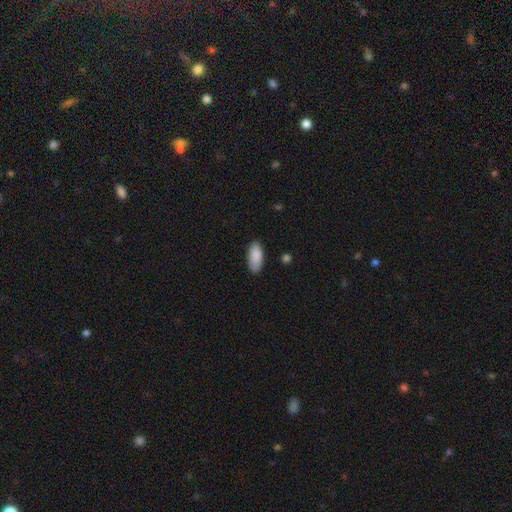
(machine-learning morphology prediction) Smooth or featured? Predicted: smooth (p=0.89). How rounded? Predicted: in between (p=0.87). Merging? Predicted: none (p=0.85).